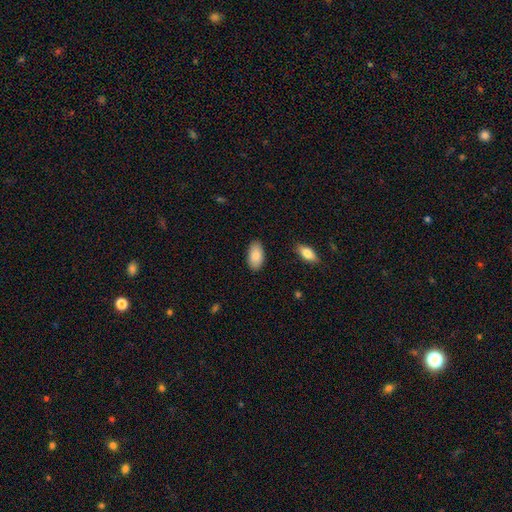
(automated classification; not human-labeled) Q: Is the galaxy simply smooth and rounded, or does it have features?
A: smooth — 86%.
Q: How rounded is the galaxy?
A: in between — 95%.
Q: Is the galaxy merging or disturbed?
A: none — 86%.